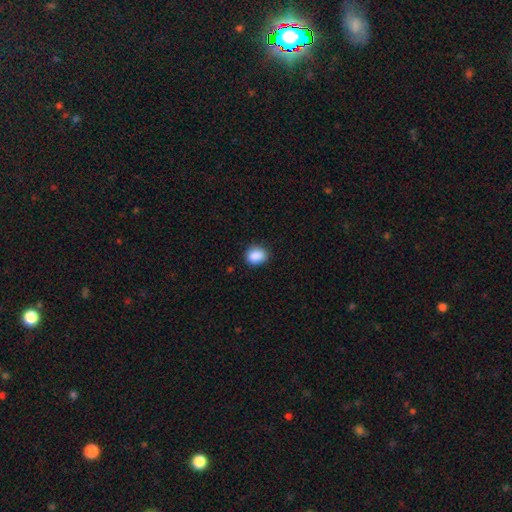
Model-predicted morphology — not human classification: Smooth or featured?
  - smooth: 89% *
  - star or artifact: 8%
  - featured or disk: 3%
How rounded?
  - round: 56% *
  - in between: 43%
  - cigar-shaped: 1%
Merging?
  - none: 82% *
  - minor disturbance: 14%
  - major disturbance: 3%
  - merger: 1%